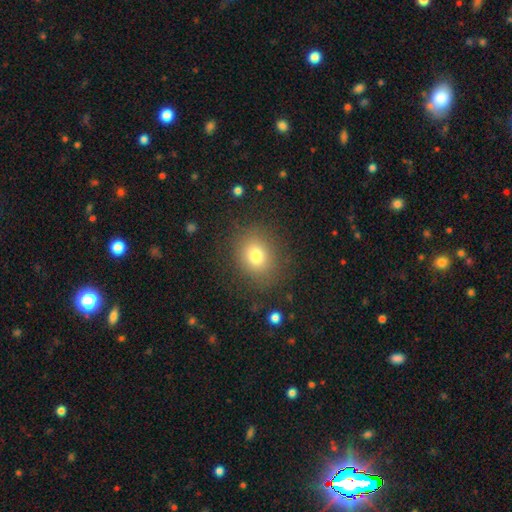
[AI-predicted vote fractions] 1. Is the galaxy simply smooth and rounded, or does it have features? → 77% smooth, 13% star or artifact, 11% featured or disk.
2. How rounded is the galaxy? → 62% round, 37% in between, 1% cigar-shaped.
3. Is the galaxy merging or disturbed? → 83% none, 11% minor disturbance, 5% major disturbance, 1% merger.